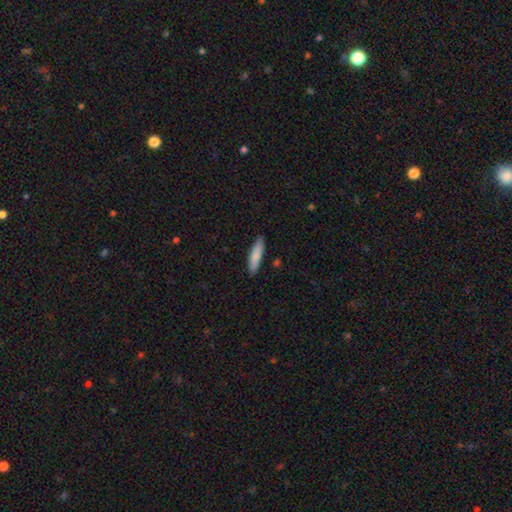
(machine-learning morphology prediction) A smooth galaxy with no disk features (82%) that is cigar-shaped (77%).

Vote fractions:
- Smooth or featured? smooth: 82% / featured or disk: 12% / star or artifact: 5%
- How rounded? cigar-shaped: 77% / in between: 22% / round: 1%
- Merging? none: 88% / minor disturbance: 9% / major disturbance: 2% / merger: 1%